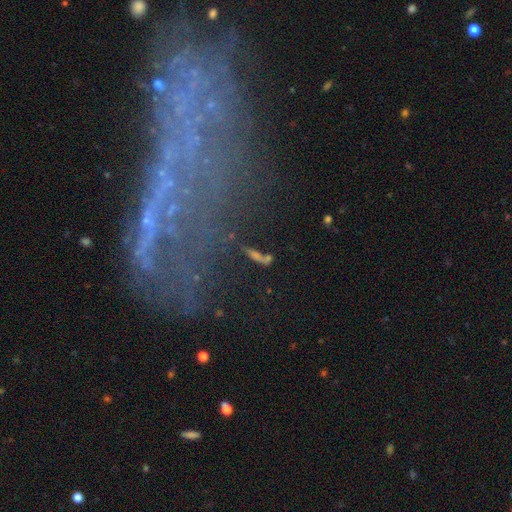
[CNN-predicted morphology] Smooth or featured: smooth — 40% (featured or disk — 36%)
Merging: none — 68% (minor disturbance — 15%)